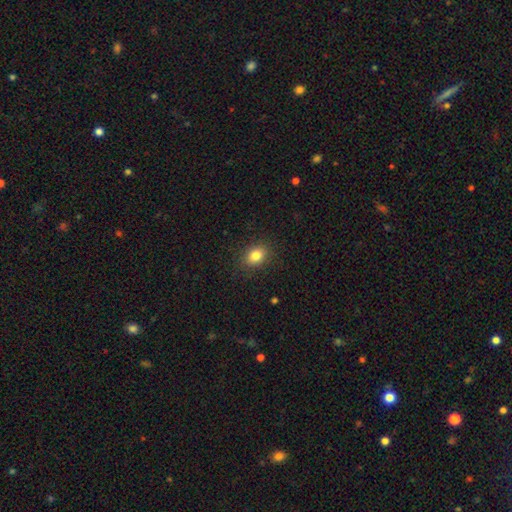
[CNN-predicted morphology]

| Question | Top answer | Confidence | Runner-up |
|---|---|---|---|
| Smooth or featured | smooth | 83% | star or artifact (10%) |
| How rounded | in between | 69% | round (30%) |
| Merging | none | 87% | minor disturbance (9%) |